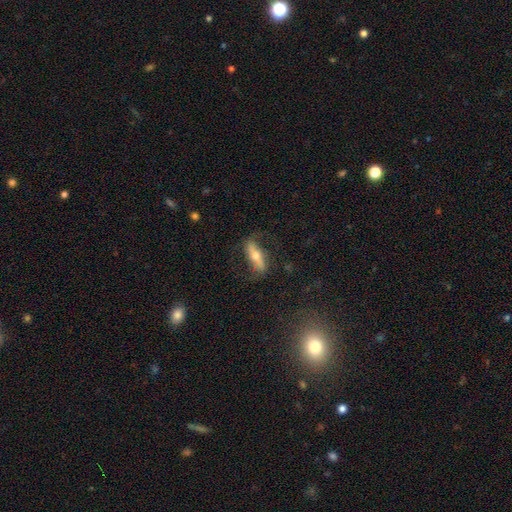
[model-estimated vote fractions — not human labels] smooth_or_featured: featured or disk (p=0.51) [alt: smooth p=0.42]
disk_edge_on: no (p=0.51) [alt: yes p=0.49]
merging: none (p=0.74) [alt: minor disturbance p=0.16]